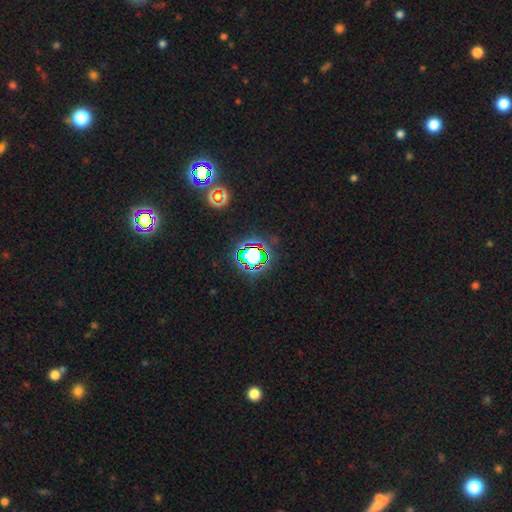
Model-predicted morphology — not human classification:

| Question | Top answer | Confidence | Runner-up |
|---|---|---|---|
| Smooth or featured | star or artifact | 67% | smooth (20%) |